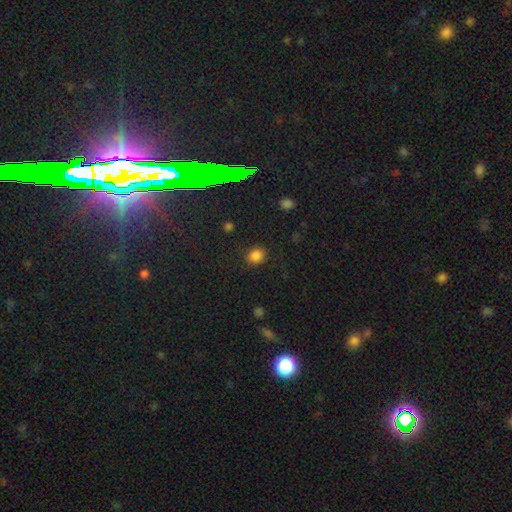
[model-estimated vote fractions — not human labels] Morphology: type=smooth (83%); roundness=round (70%); merging=none (86%).